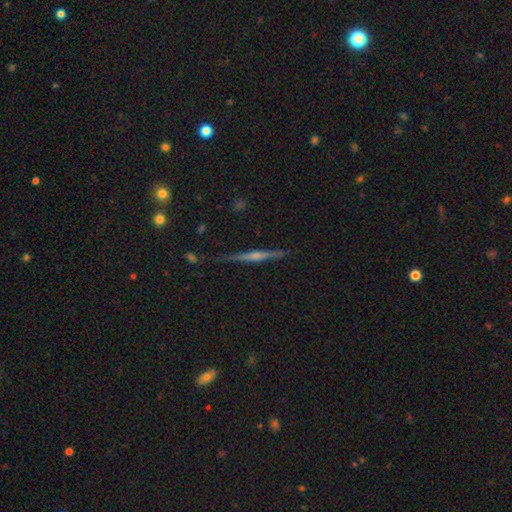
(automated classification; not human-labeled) smooth-or-featured: featured or disk: 74% | smooth: 15% | star or artifact: 11%
  disk-edge-on: yes: 97% | no: 3%
    edge-on-bulge: rounded: 75% | none: 15% | boxy: 10%
  merging: none: 87% | minor disturbance: 9% | major disturbance: 2% | merger: 2%